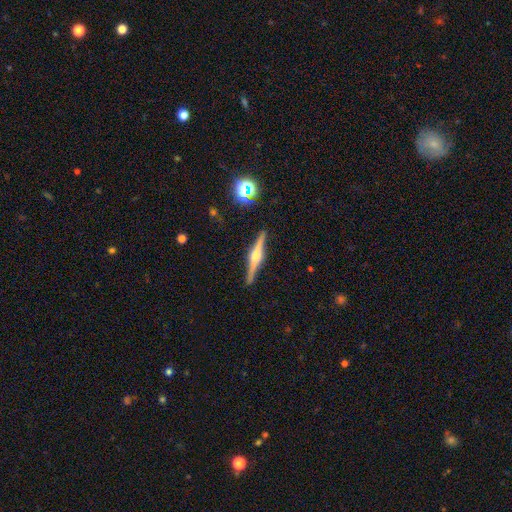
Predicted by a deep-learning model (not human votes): A featured or disk galaxy (82%) viewed edge-on (98%) with a rounded central bulge (88%). Merging: none (91%).